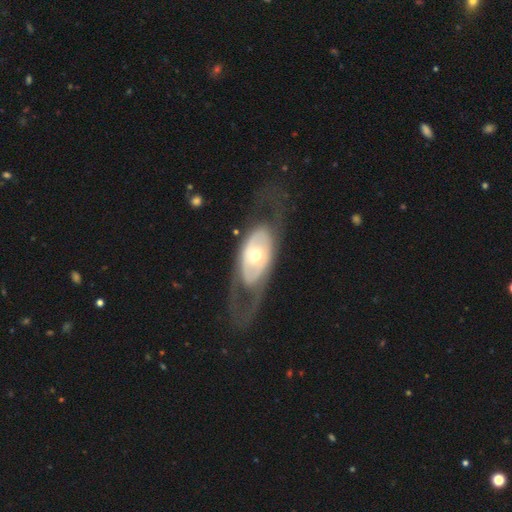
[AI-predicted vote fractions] This is likely a featured or disk galaxy (69%). It is clearly not viewed edge-on (86%). Bar: clearly no (82%). Spiral arm pattern: likely no (71%). Central bulge: likely moderate (62%). Merging: likely none (67%).